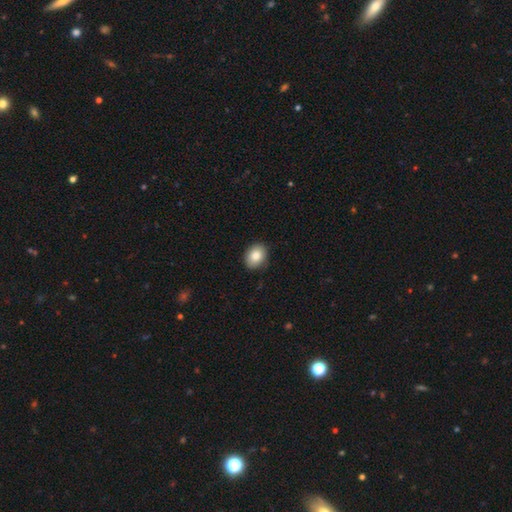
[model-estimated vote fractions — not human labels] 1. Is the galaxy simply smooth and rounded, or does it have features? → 84% smooth, 8% star or artifact, 8% featured or disk.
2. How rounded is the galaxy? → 60% in between, 39% round, 1% cigar-shaped.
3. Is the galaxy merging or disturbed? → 85% none, 12% minor disturbance, 2% major disturbance, 1% merger.